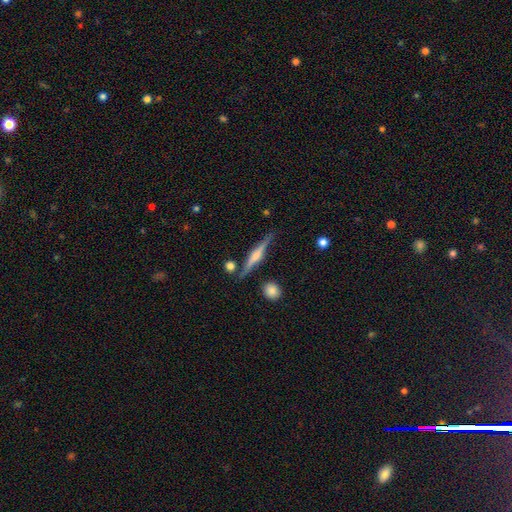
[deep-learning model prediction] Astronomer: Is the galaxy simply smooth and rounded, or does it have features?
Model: featured or disk — 73%.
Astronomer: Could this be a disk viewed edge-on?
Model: yes — 97%.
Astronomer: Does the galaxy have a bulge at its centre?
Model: rounded — 73%.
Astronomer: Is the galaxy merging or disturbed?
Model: none — 83%.